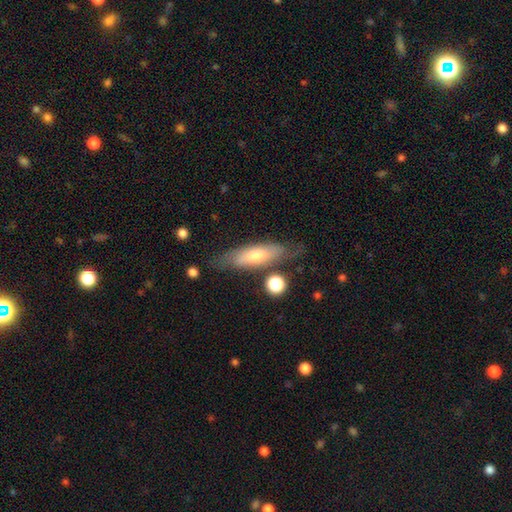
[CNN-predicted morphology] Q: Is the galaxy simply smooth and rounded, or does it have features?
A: smooth — 55%.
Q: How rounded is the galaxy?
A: cigar-shaped — 54%.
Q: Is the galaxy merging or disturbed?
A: none — 71%.